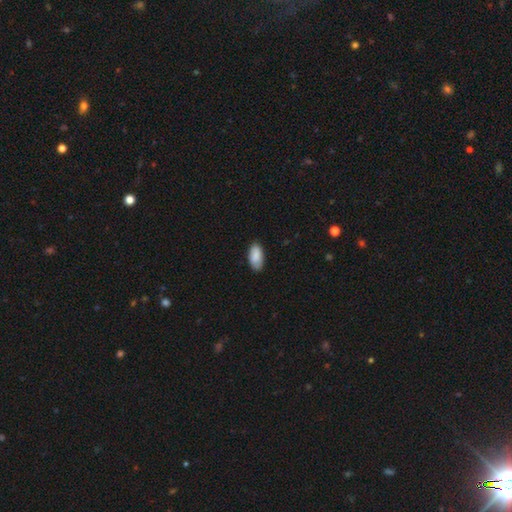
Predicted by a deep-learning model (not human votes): Smooth or featured: smooth — 87% (featured or disk — 7%)
How rounded: in between — 94% (cigar-shaped — 4%)
Merging: none — 83% (minor disturbance — 14%)